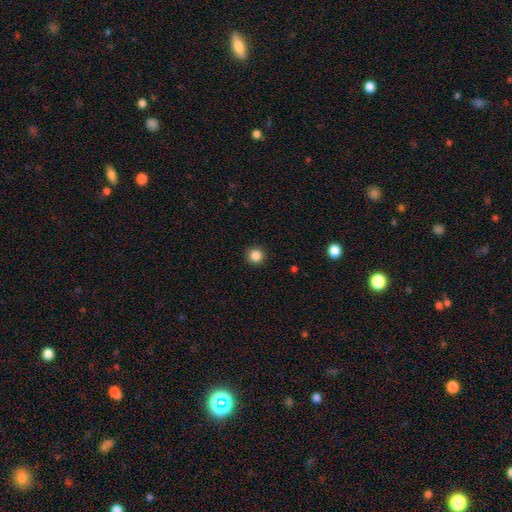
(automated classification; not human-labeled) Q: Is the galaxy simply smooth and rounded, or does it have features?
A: smooth — 86%.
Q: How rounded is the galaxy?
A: round — 95%.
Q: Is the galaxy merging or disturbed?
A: none — 92%.